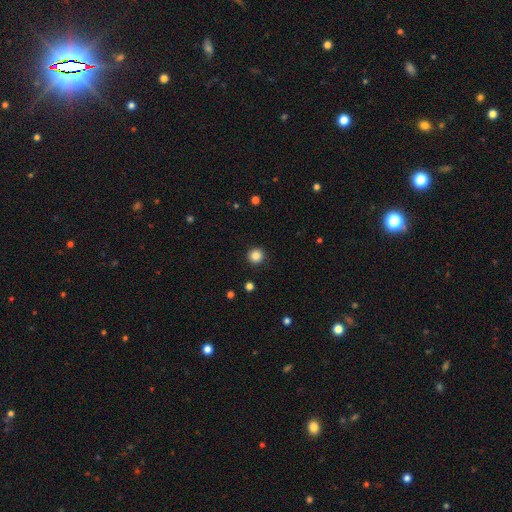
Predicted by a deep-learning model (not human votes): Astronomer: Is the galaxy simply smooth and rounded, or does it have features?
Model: smooth — 85%.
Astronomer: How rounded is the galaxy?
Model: round — 95%.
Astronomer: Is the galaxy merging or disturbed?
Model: none — 92%.